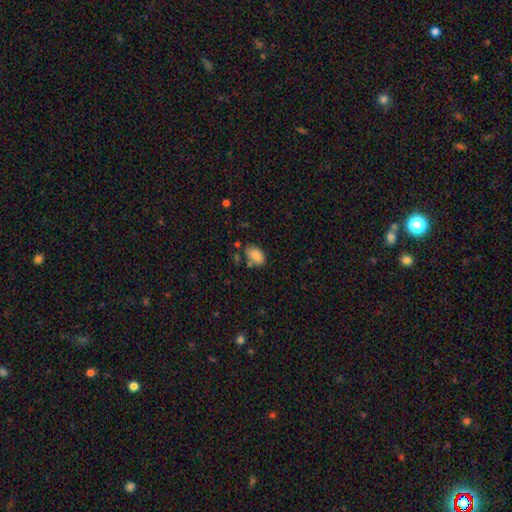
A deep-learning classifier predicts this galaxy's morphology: Overall: smooth (86%). How rounded: in between (88%). Merging: none (67%).